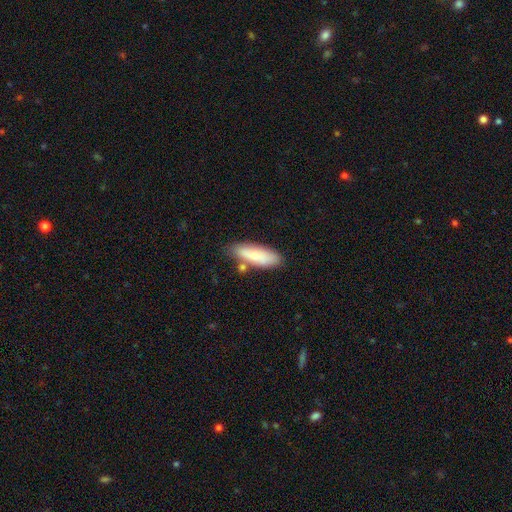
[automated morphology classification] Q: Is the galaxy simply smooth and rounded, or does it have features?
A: smooth — 81%.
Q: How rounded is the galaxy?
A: in between — 53%.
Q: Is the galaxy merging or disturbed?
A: none — 71%.